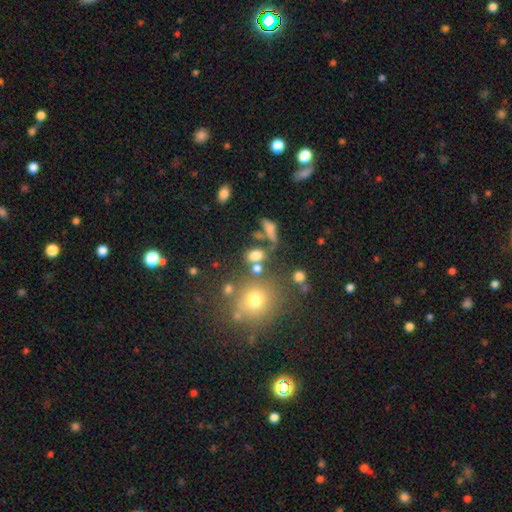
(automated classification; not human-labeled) Smooth or featured: smooth — 71% (star or artifact — 17%)
How rounded: in between — 61% (round — 34%)
Merging: none — 57% (merger — 23%)